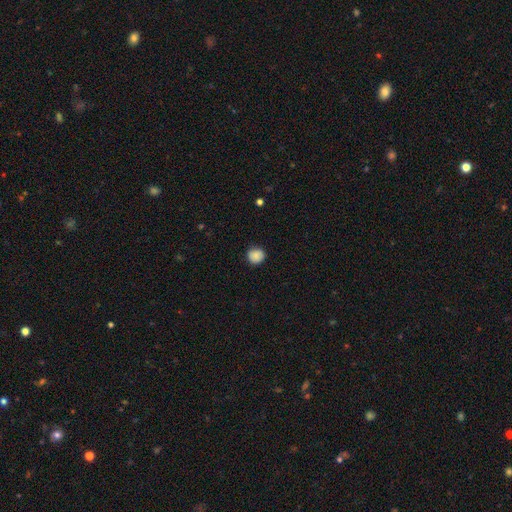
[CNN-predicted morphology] A smooth galaxy with no disk features (86%) that is round (87%).

Vote fractions:
- Smooth or featured? smooth: 86% / star or artifact: 9% / featured or disk: 5%
- How rounded? round: 87% / in between: 12% / cigar-shaped: 1%
- Merging? none: 85% / minor disturbance: 11% / major disturbance: 2% / merger: 1%